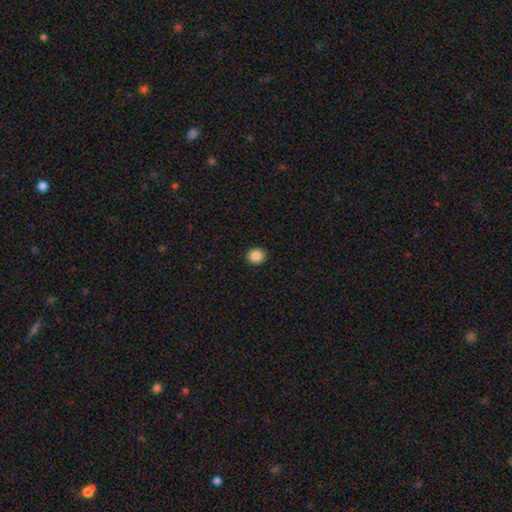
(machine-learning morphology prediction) The model was most divided on "how rounded": round: 72%, in between: 27%, cigar-shaped: 1%. More confident: merging — none (92%); smooth or featured — smooth (86%).